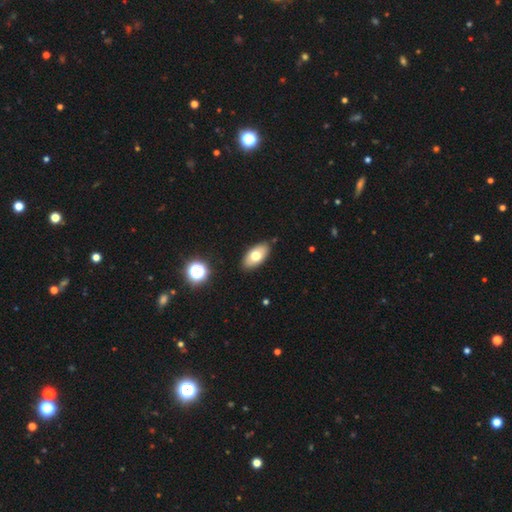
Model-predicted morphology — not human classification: The model was most divided on "smooth or featured": smooth: 70%, featured or disk: 21%, star or artifact: 8%. More confident: how rounded — in between (92%); merging — none (87%).